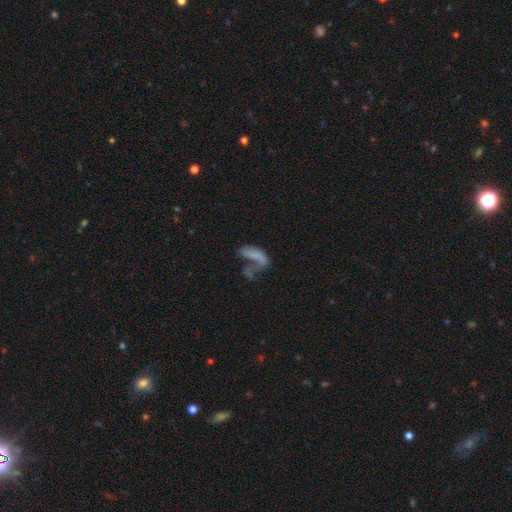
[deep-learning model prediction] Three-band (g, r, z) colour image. It shows a smooth galaxy with no disk features (53%) that is in between round and cigar-shaped (77%). Merging: major disturbance (40%).